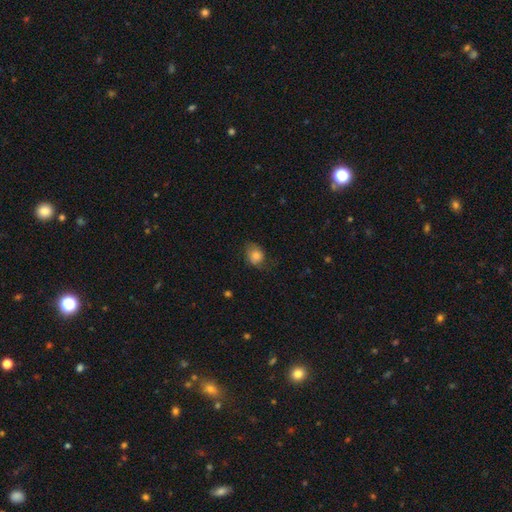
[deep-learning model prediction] A smooth galaxy with no disk features (76%) that is round (51%). Merging: none (57%).